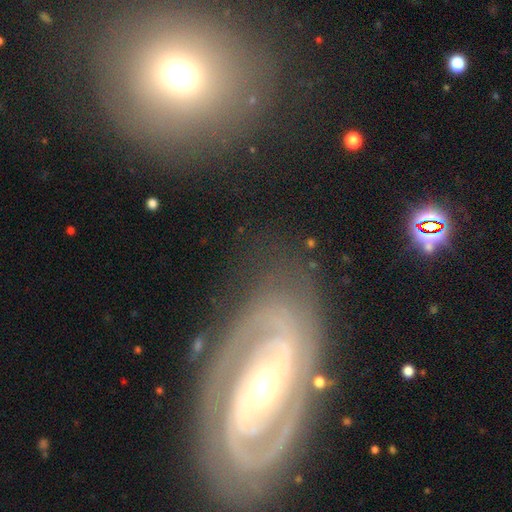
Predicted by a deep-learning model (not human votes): Smooth or featured: featured or disk — 81% (smooth — 10%)
Edge-on disk: no — 95% (yes — 5%)
Bar: no — 48% (weak — 29%)
Spiral arms: yes — 93% (no — 7%)
Spiral winding: tight — 57% (medium — 35%)
Spiral arm count: 2 — 75% (can't tell — 9%)
Bulge size: moderate — 54% (small — 37%)
Merging: none — 74% (minor disturbance — 14%)